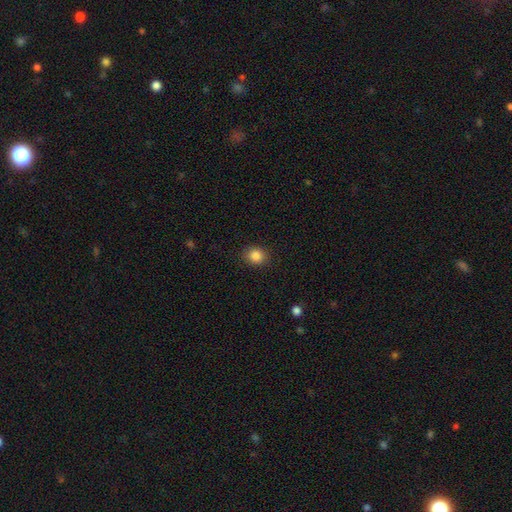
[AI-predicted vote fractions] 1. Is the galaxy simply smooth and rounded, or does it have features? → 86% smooth, 10% star or artifact, 4% featured or disk.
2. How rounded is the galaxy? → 68% round, 31% in between, 1% cigar-shaped.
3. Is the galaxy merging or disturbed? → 88% none, 9% minor disturbance, 3% major disturbance, 1% merger.